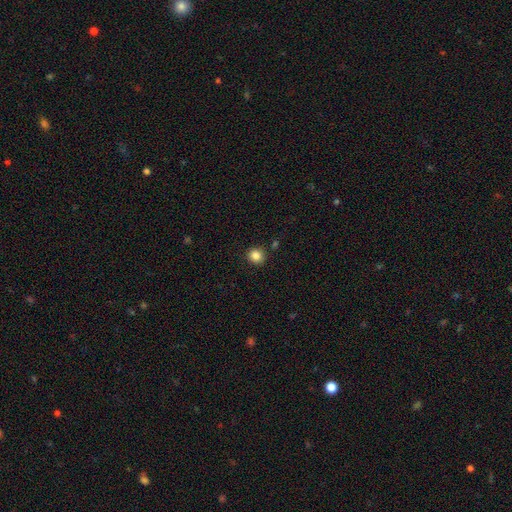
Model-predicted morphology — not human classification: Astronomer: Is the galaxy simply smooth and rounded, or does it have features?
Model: smooth — 85%.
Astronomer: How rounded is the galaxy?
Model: round — 89%.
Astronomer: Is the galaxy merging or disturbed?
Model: none — 88%.